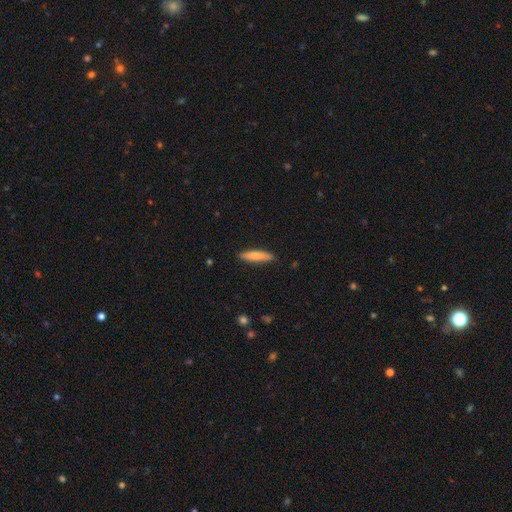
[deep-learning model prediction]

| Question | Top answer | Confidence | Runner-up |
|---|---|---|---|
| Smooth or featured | smooth | 74% | featured or disk (21%) |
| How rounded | cigar-shaped | 83% | in between (16%) |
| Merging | none | 88% | minor disturbance (9%) |